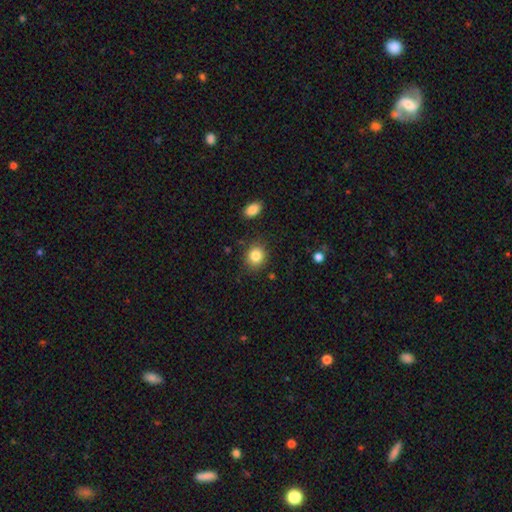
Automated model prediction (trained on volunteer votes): Overall: smooth (85%). How rounded: round (75%). Merging: none (85%).